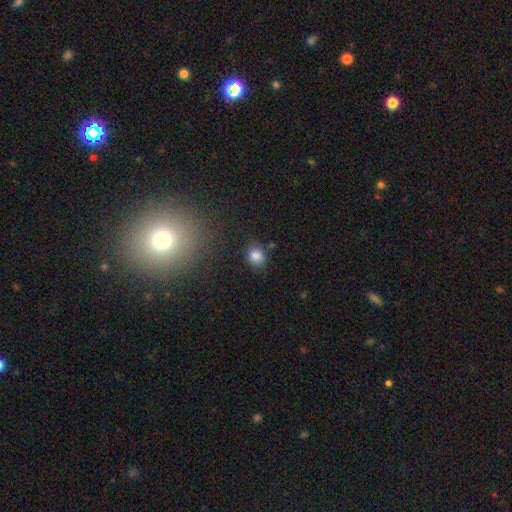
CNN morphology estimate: Smooth or featured? Predicted: smooth (p=0.83). How rounded? Predicted: round (p=0.68). Merging? Predicted: none (p=0.79).